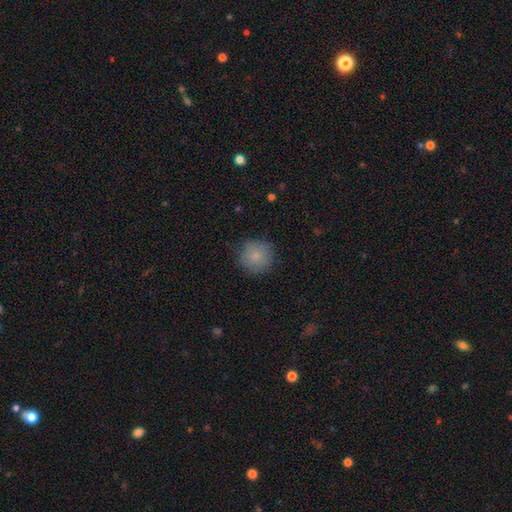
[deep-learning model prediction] Q: Smooth or featured?
A: smooth (83%); runner-up: featured or disk (9%)
Q: How rounded?
A: round (94%); runner-up: in between (5%)
Q: Merging?
A: none (83%); runner-up: minor disturbance (13%)